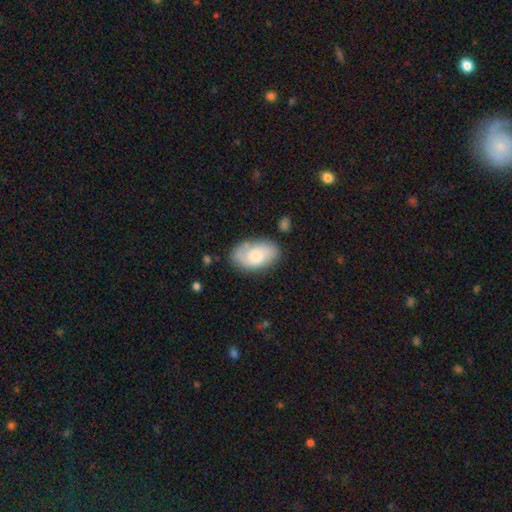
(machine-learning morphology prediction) Q: Smooth or featured?
A: featured or disk (50%); runner-up: smooth (43%)
Q: Merging?
A: none (74%); runner-up: minor disturbance (18%)